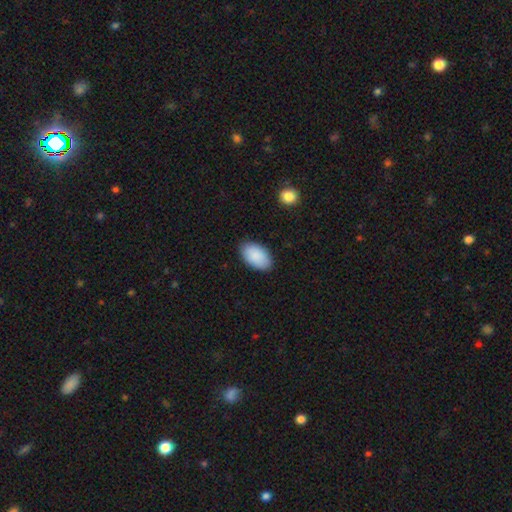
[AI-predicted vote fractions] This is clearly a smooth galaxy (91%). How rounded: clearly in between (95%). Merging: clearly none (87%).